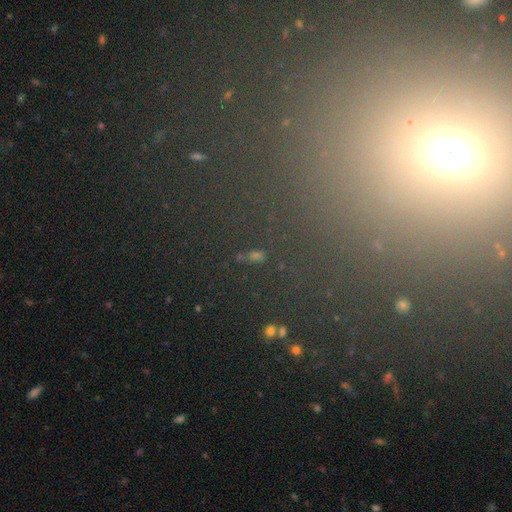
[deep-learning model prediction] The model was most divided on "smooth or featured": star or artifact: 59%, smooth: 27%, featured or disk: 13%.